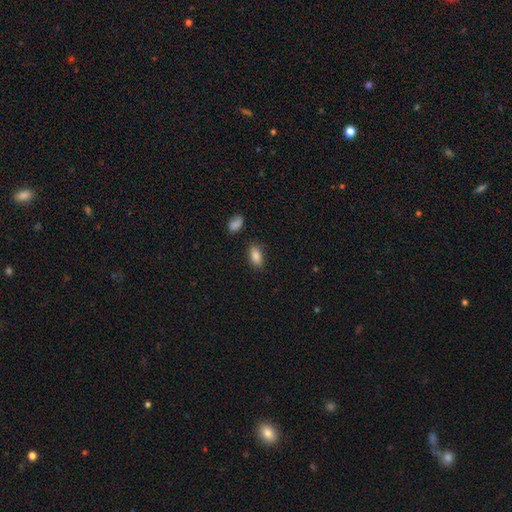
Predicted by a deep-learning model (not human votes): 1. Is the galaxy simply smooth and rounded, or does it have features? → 87% smooth, 8% star or artifact, 5% featured or disk.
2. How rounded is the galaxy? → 91% in between, 5% round, 4% cigar-shaped.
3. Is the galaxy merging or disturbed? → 81% none, 13% minor disturbance, 3% merger, 3% major disturbance.